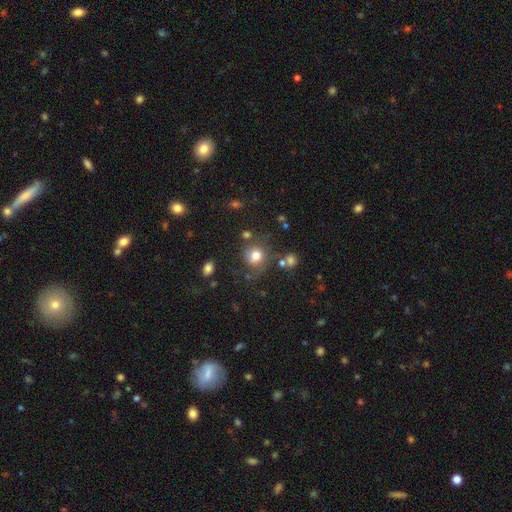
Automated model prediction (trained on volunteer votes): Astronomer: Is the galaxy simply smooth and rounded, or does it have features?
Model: smooth — 74%.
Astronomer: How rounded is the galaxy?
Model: round — 80%.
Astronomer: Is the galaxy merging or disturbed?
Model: none — 60%.